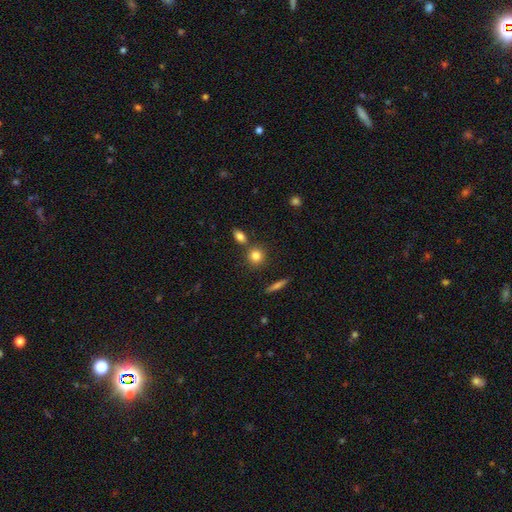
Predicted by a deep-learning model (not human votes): This appears to be a smooth galaxy with no disk features (82%) that is round (76%). Merging: none (71%).